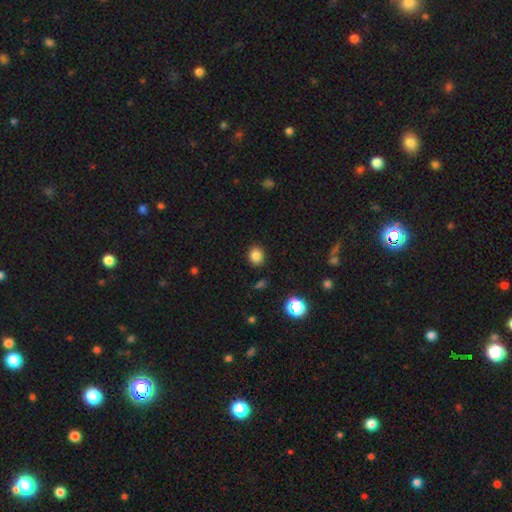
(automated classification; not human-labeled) Overall: smooth (83%). How rounded: round (66%; in between 33%). Merging: none (88%).